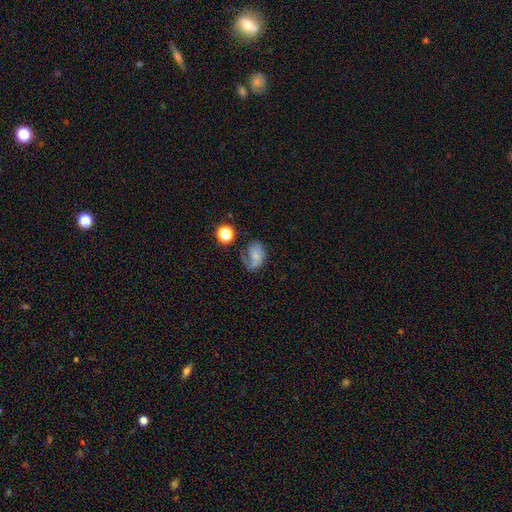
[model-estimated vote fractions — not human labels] smooth_or_featured: smooth (p=0.46) [alt: featured or disk p=0.43]
merging: none (p=0.42) [alt: minor disturbance p=0.28]